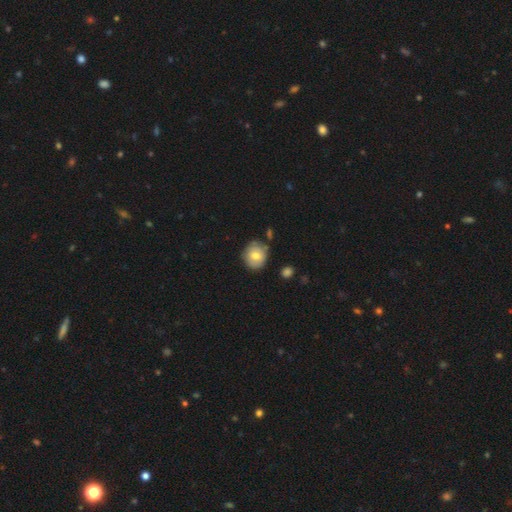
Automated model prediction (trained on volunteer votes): smooth-or-featured: smooth: 71% | featured or disk: 21% | star or artifact: 8%
  how-rounded: round: 75% | in between: 24% | cigar-shaped: 1%
  merging: none: 73% | minor disturbance: 19% | merger: 4% | major disturbance: 4%